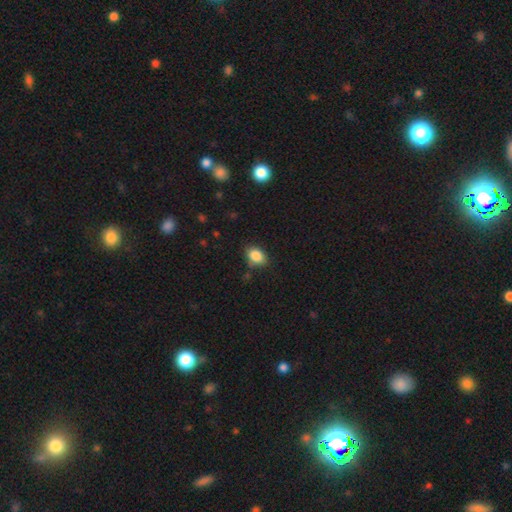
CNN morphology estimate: Overall: smooth (86%). How rounded: in between (77%). Merging: none (78%).